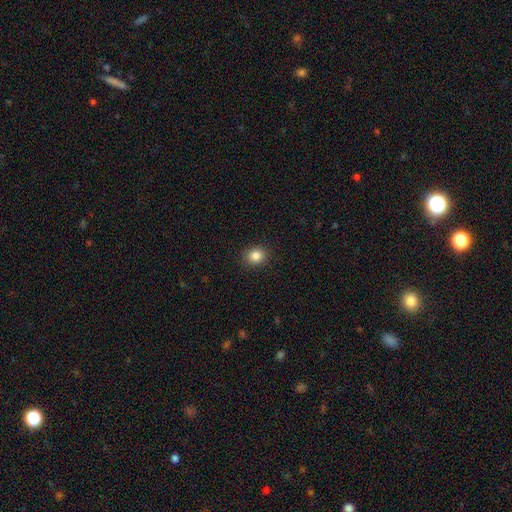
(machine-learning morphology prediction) type=smooth (85%); roundness=round (72%); merging=none (91%).